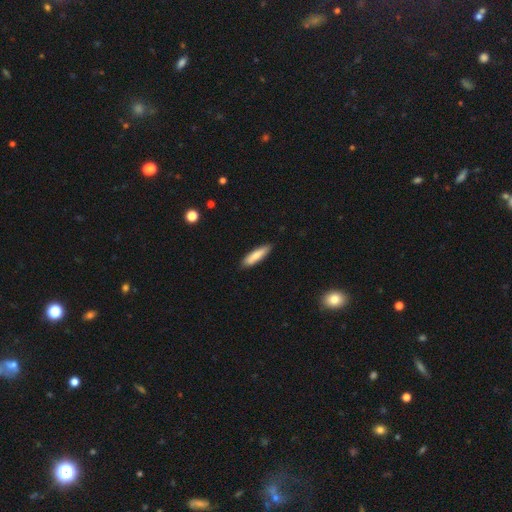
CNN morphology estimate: This appears to be a smooth galaxy with no disk features (81%) that is cigar-shaped (69%). Merging: none (87%).